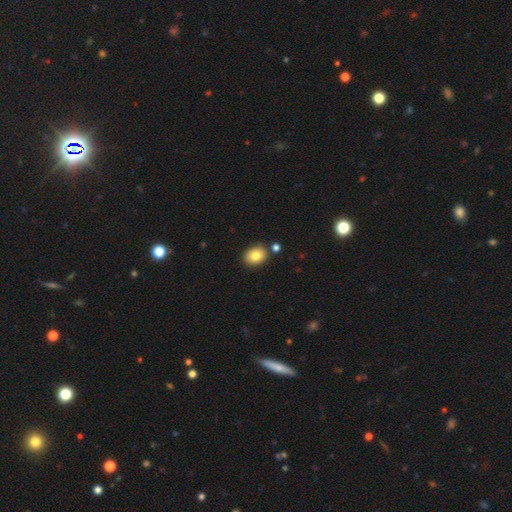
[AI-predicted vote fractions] Overall: smooth (81%). How rounded: in between (57%; round 42%). Merging: none (78%).